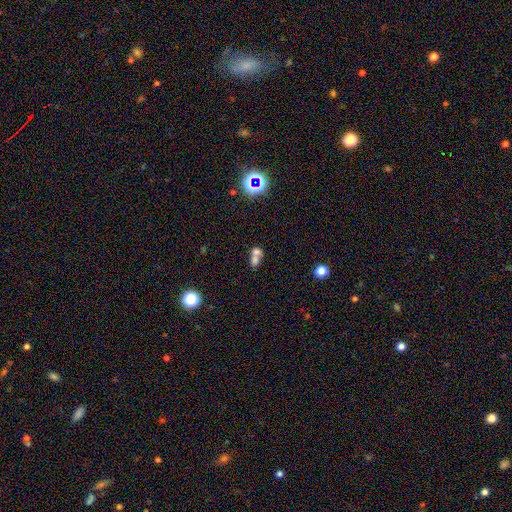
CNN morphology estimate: Q: Smooth or featured?
A: smooth (63%); runner-up: featured or disk (21%)
Q: How rounded?
A: in between (53%); runner-up: round (45%)
Q: Merging?
A: merger (70%); runner-up: none (20%)